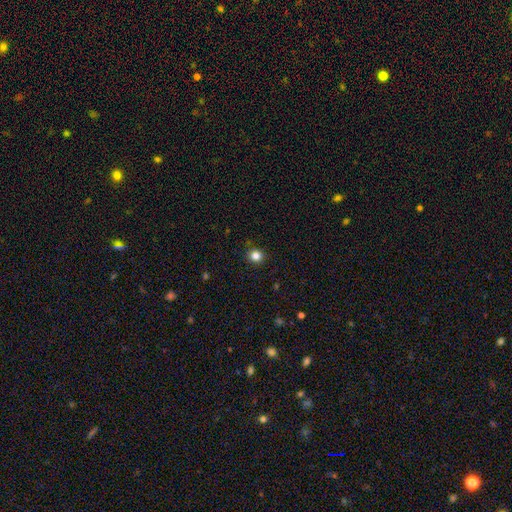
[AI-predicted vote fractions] Overall: smooth (83%). How rounded: round (88%). Merging: none (92%).